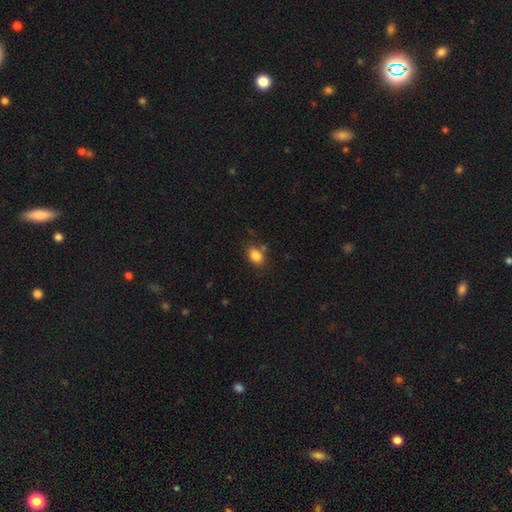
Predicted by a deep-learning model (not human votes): Smooth or featured? Predicted: smooth (p=0.84). How rounded? Predicted: in between (p=0.76). Merging? Predicted: none (p=0.73).